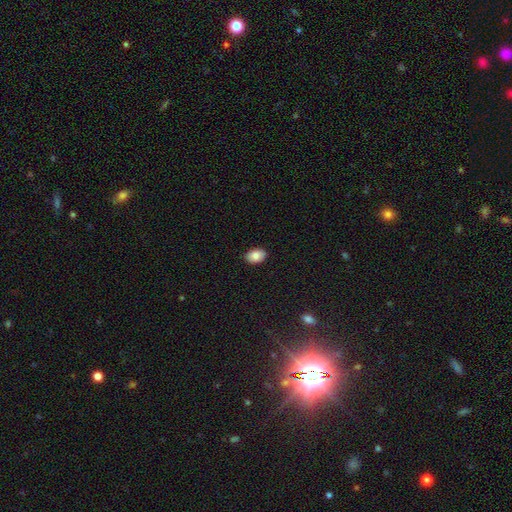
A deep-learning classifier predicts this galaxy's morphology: smooth-or-featured: smooth: 84% | featured or disk: 9% | star or artifact: 7%
  how-rounded: in between: 86% | round: 13% | cigar-shaped: 1%
  merging: none: 88% | minor disturbance: 9% | major disturbance: 2% | merger: 1%